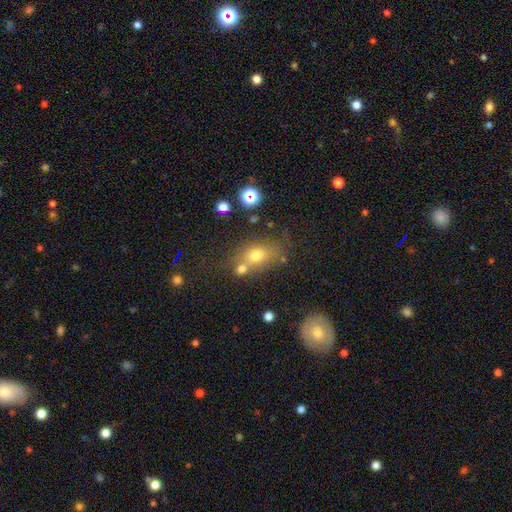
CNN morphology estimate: The model was most divided on "merging": none: 53%, merger: 25%, minor disturbance: 15%, major disturbance: 7%. More confident: smooth or featured — smooth (68%); how rounded — in between (64%).